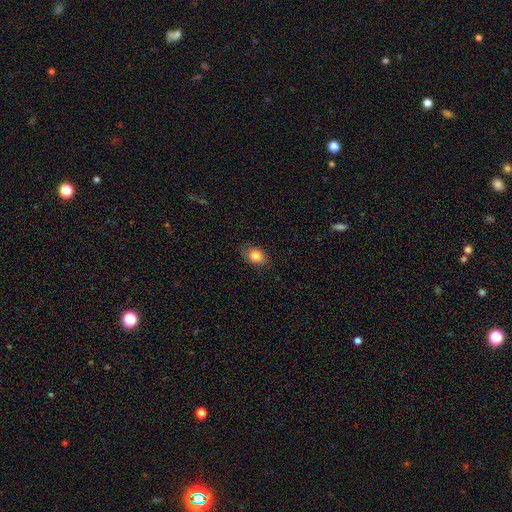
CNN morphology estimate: A smooth galaxy with no disk features (82%) that is in between round and cigar-shaped (75%). Merging: none (81%).